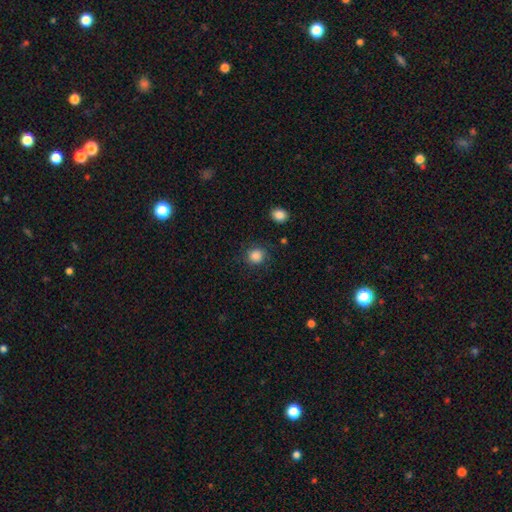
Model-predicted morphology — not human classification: type=smooth (86%); roundness=round (87%); merging=none (83%).